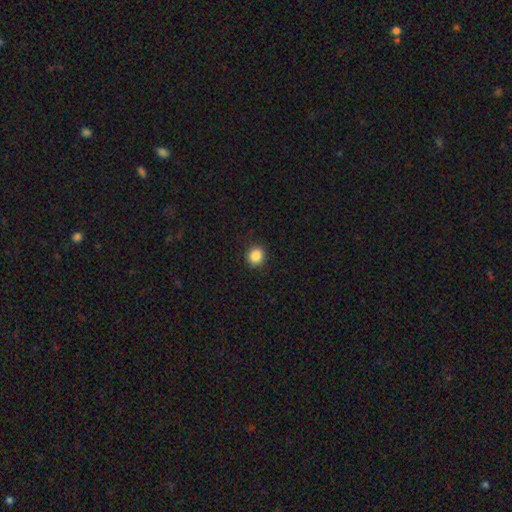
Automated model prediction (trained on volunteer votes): smooth-or-featured: smooth: 87% | star or artifact: 10% | featured or disk: 3%
  how-rounded: round: 86% | in between: 13% | cigar-shaped: 1%
  merging: none: 91% | minor disturbance: 6% | major disturbance: 2% | merger: 1%